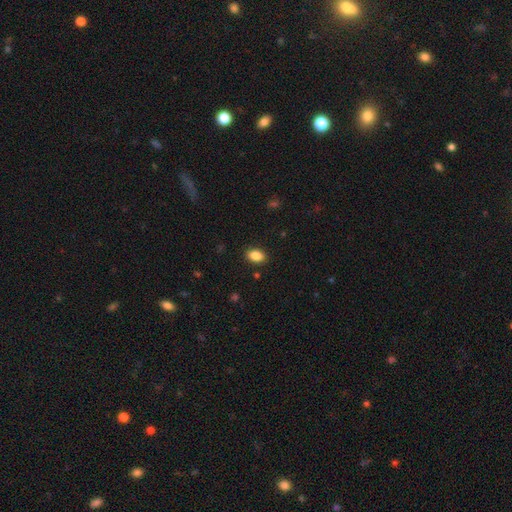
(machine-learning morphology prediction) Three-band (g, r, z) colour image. It shows a smooth galaxy with no disk features (87%) that is in between round and cigar-shaped (88%). Merging: none (89%).